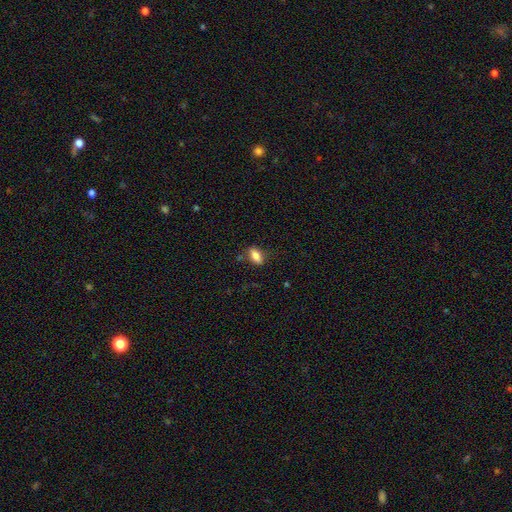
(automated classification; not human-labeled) The model was most divided on "merging": none: 78%, minor disturbance: 15%, major disturbance: 4%, merger: 4%. More confident: how rounded — in between (82%); smooth or featured — smooth (82%).